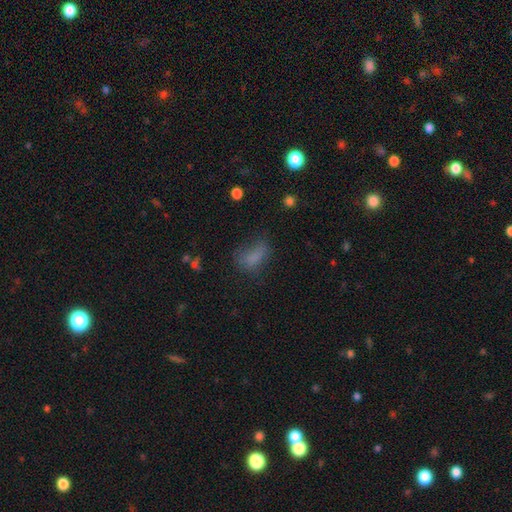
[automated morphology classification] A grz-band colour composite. It shows a smooth galaxy with no disk features (73%) that is in between round and cigar-shaped (81%). Merging: none (45%).